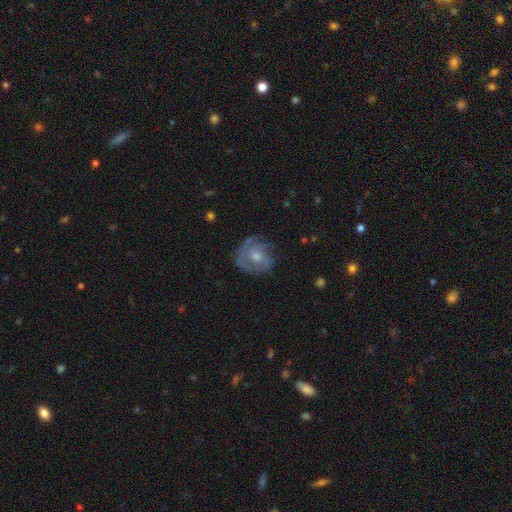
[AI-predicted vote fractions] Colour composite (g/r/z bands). It shows a featured or disk galaxy (64%) with no bar (68%), spiral arms (77%) and a moderate central bulge (51%). Merging: none (64%).